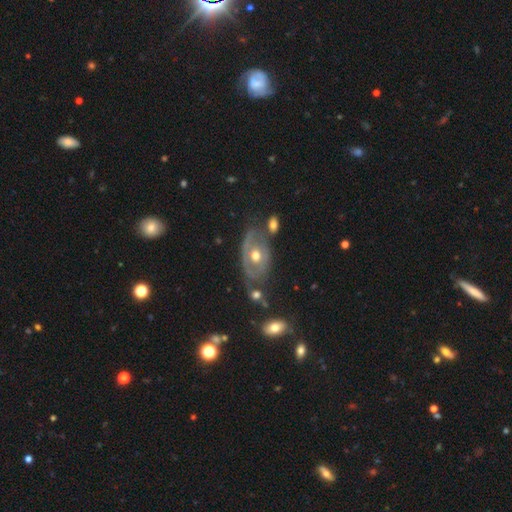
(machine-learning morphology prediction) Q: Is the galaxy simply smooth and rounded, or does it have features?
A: featured or disk — 67%.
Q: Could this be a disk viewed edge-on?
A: no — 92%.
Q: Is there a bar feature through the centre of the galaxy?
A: no — 82%.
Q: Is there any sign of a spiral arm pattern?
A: no — 56%.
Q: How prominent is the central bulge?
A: moderate — 78%.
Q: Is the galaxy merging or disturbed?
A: none — 48%.